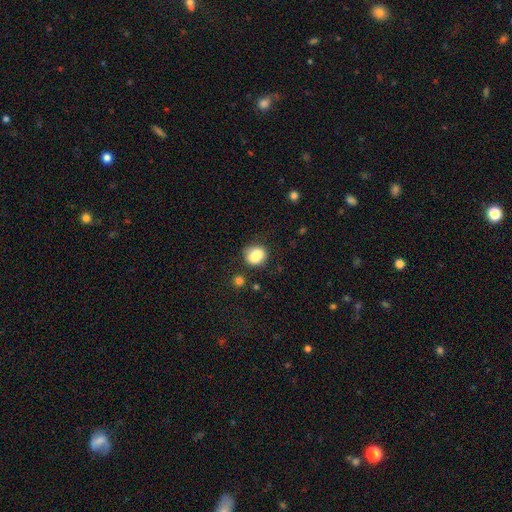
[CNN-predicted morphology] This appears to be a smooth galaxy with no disk features (83%) that is round (50%). Merging: none (65%).